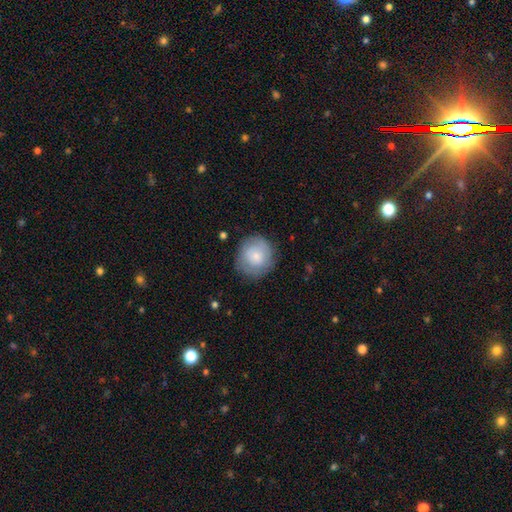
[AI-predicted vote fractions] A smooth galaxy with no disk features (74%) that is round (90%). Merging: none (80%).